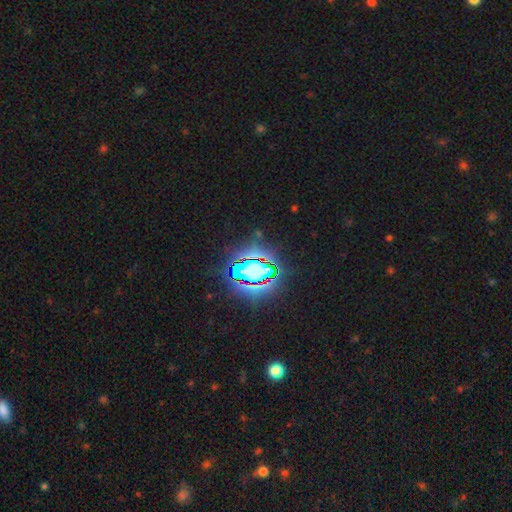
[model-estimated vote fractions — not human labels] Smooth or featured? star or artifact (82%)